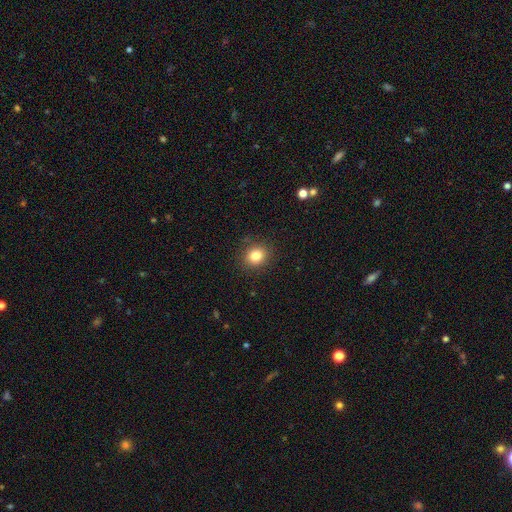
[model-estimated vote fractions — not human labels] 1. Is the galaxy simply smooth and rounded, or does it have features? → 82% smooth, 12% star or artifact, 6% featured or disk.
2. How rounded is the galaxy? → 72% round, 27% in between, 1% cigar-shaped.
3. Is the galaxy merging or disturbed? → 88% none, 8% minor disturbance, 3% major disturbance, 1% merger.